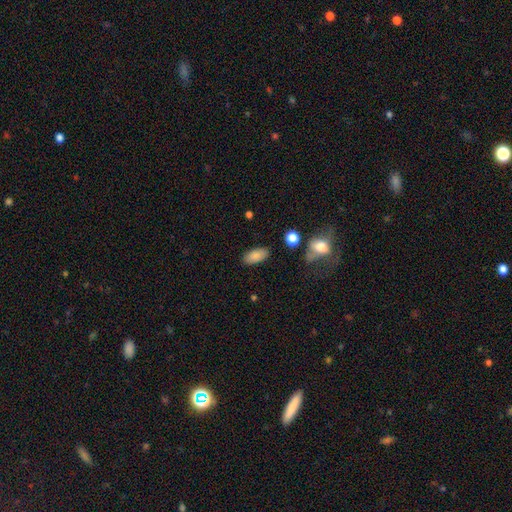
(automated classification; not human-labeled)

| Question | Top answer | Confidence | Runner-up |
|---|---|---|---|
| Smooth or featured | smooth | 84% | featured or disk (8%) |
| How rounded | in between | 92% | cigar-shaped (5%) |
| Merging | none | 85% | minor disturbance (10%) |